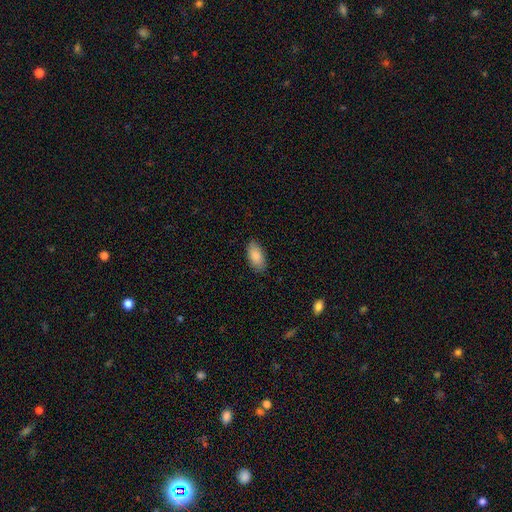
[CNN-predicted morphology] Smooth or featured? Predicted: smooth (p=0.86). How rounded? Predicted: in between (p=0.93). Merging? Predicted: none (p=0.87).